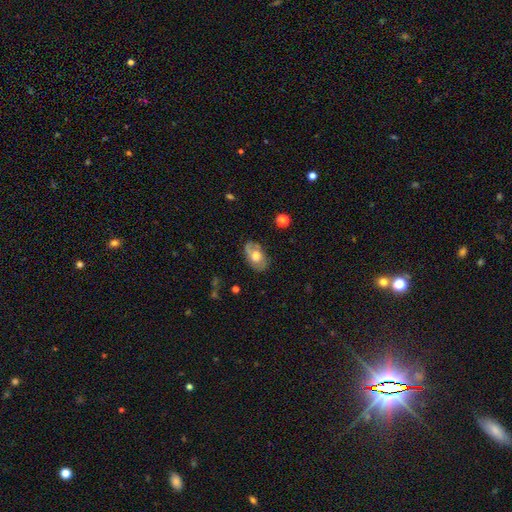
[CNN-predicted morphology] type=smooth (49%); merging=none (70%).